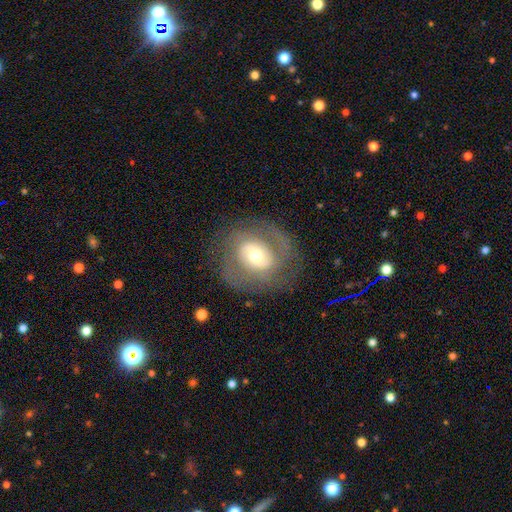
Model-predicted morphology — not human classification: This appears to be a featured or disk galaxy (71%) with no bar (54%), 2 (68%) tight (41%, tied with medium) spiral arms (78%) and a moderate central bulge (60%). Merging: none (73%).